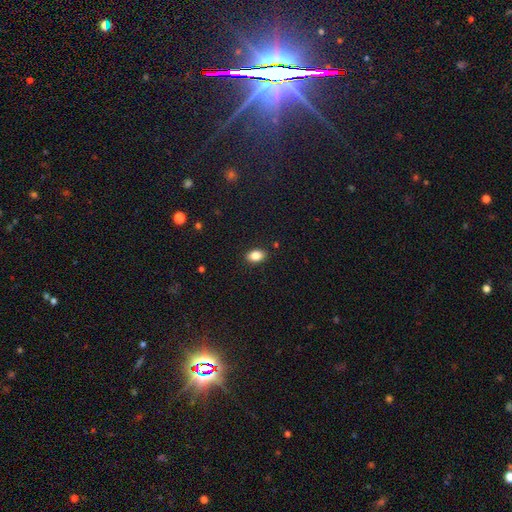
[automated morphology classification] smooth-or-featured: smooth: 85% | star or artifact: 9% | featured or disk: 6%
  how-rounded: in between: 87% | round: 12% | cigar-shaped: 1%
  merging: none: 89% | minor disturbance: 8% | major disturbance: 2% | merger: 1%